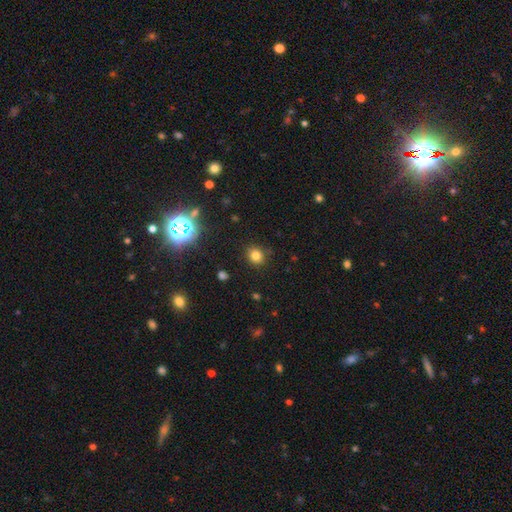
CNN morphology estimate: Smooth or featured? Predicted: smooth (p=0.78). How rounded? Predicted: round (p=0.78). Merging? Predicted: none (p=0.87).